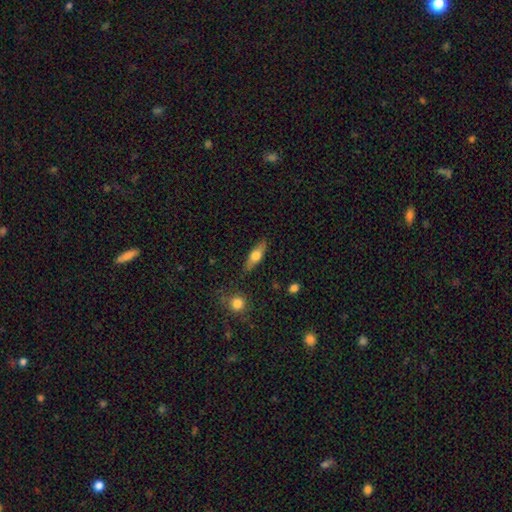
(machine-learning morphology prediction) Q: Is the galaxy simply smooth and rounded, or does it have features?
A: smooth — 57%.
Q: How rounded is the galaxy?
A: in between — 52%.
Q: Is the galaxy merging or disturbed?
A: none — 85%.